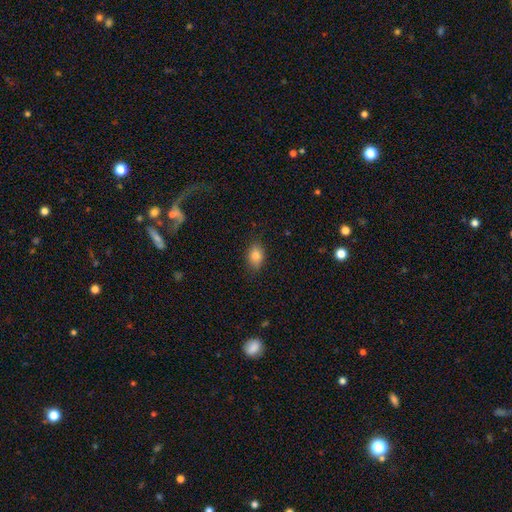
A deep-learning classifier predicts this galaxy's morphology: type=smooth (79%); roundness=in between (79%); merging=none (82%).